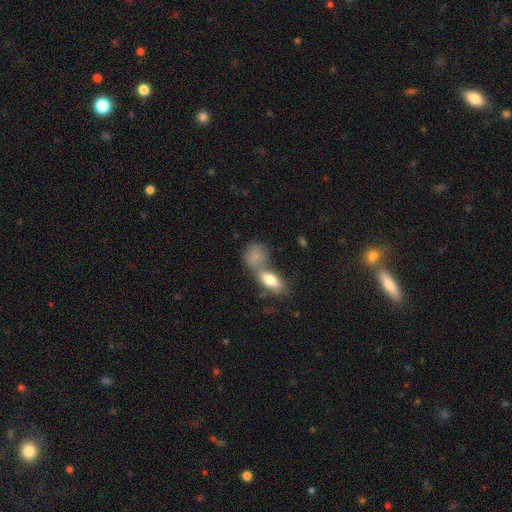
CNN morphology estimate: smooth_or_featured: smooth (p=0.79) [alt: featured or disk p=0.13]
how_rounded: in between (p=0.52) [alt: round p=0.42]
merging: merger (p=0.49) [alt: none p=0.34]